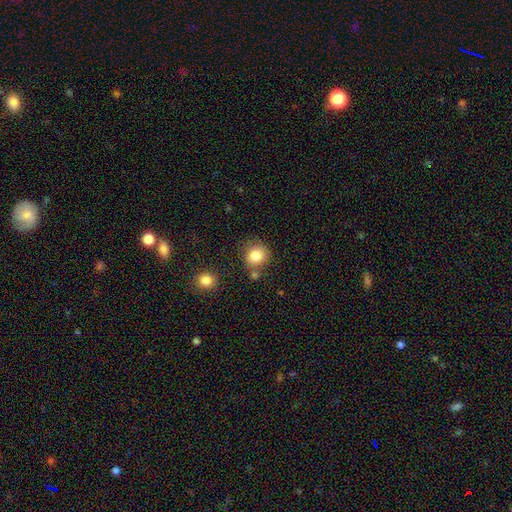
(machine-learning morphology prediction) type=smooth (84%); roundness=round (84%); merging=none (71%).